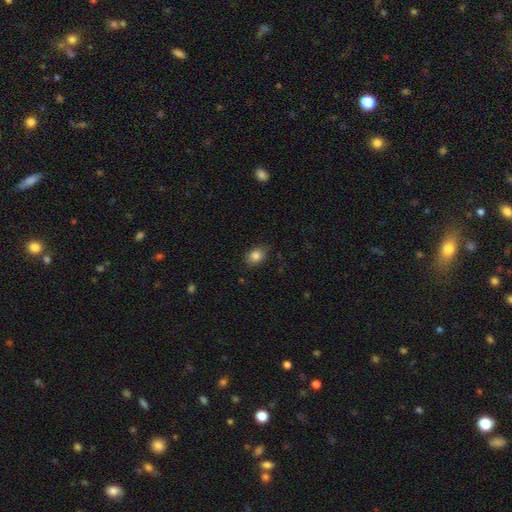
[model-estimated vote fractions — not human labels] Q: Smooth or featured?
A: smooth (85%); runner-up: star or artifact (9%)
Q: How rounded?
A: in between (67%); runner-up: round (32%)
Q: Merging?
A: none (82%); runner-up: minor disturbance (13%)